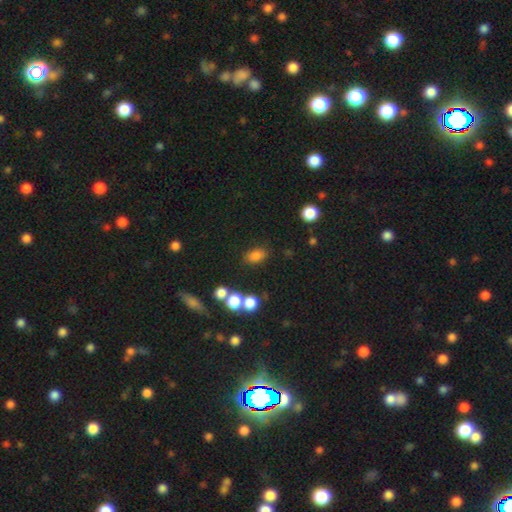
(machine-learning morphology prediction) A smooth galaxy with no disk features (79%) that is in between round and cigar-shaped (79%). Merging: none (75%).